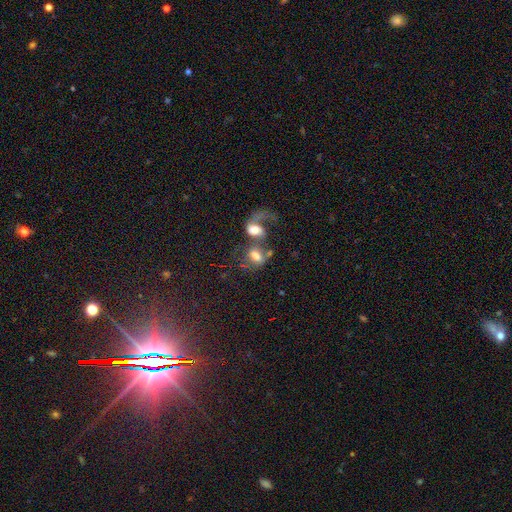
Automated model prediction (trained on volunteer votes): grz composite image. It shows a smooth galaxy with no disk features (54%) that is in between round and cigar-shaped (74%). Merging: merger (66%).